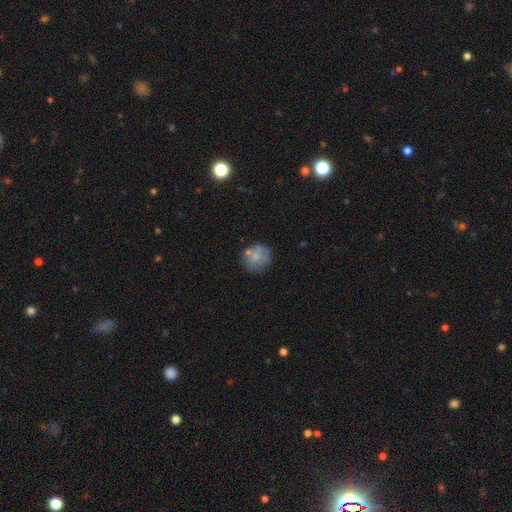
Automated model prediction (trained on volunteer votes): Smooth or featured: smooth — 61% (featured or disk — 30%)
How rounded: round — 85% (in between — 14%)
Merging: none — 63% (minor disturbance — 20%)